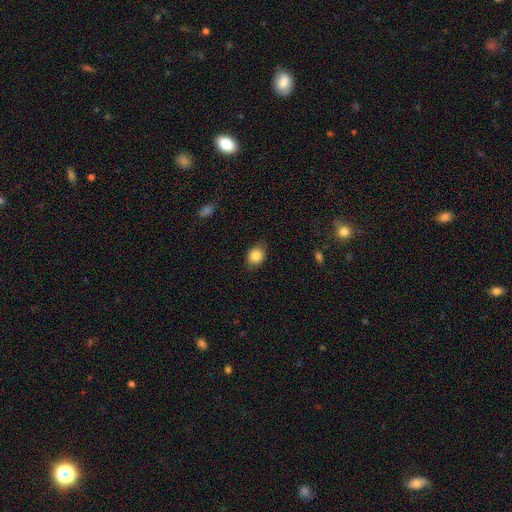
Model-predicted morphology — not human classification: Smooth or featured?
  - smooth: 85% *
  - star or artifact: 9%
  - featured or disk: 7%
How rounded?
  - round: 55% *
  - in between: 44%
  - cigar-shaped: 1%
Merging?
  - none: 80% *
  - minor disturbance: 16%
  - major disturbance: 3%
  - merger: 1%